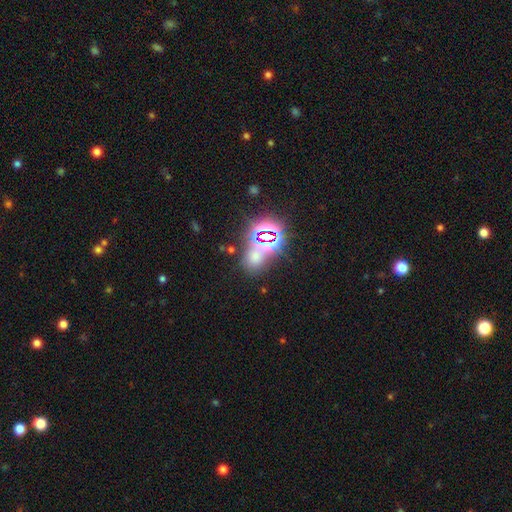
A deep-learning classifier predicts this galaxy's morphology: smooth-or-featured: star or artifact: 55% | smooth: 37% | featured or disk: 9%